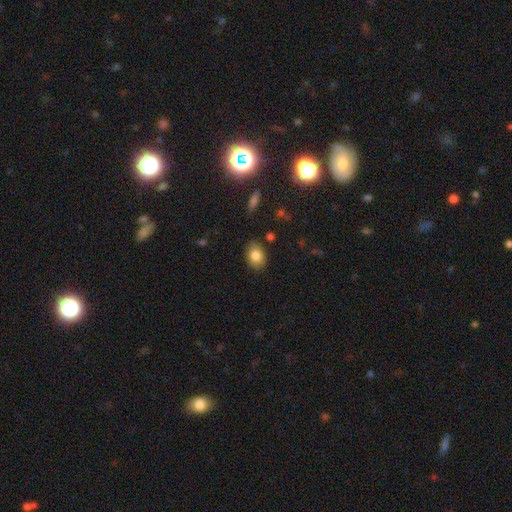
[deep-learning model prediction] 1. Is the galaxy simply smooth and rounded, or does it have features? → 82% smooth, 9% featured or disk, 9% star or artifact.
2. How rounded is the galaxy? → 75% in between, 24% round, 1% cigar-shaped.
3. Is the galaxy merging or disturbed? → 84% none, 12% minor disturbance, 2% major disturbance, 2% merger.